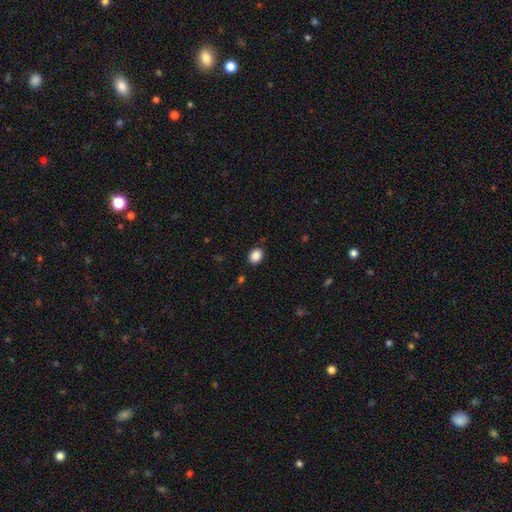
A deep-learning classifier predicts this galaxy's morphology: A smooth galaxy with no disk features (88%) that is in between round and cigar-shaped (64%).

Vote fractions:
- Smooth or featured? smooth: 88% / star or artifact: 9% / featured or disk: 3%
- How rounded? in between: 64% / round: 35% / cigar-shaped: 1%
- Merging? none: 85% / minor disturbance: 10% / major disturbance: 3% / merger: 2%